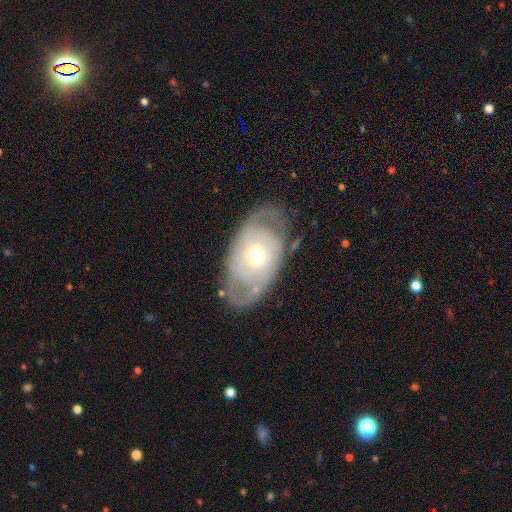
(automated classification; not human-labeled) Morphology: type=featured or disk (62%); edge-on=no (92%); bar=no (79%); spiral arms=yes (51%); bulge=moderate (70%); merging=none (61%).